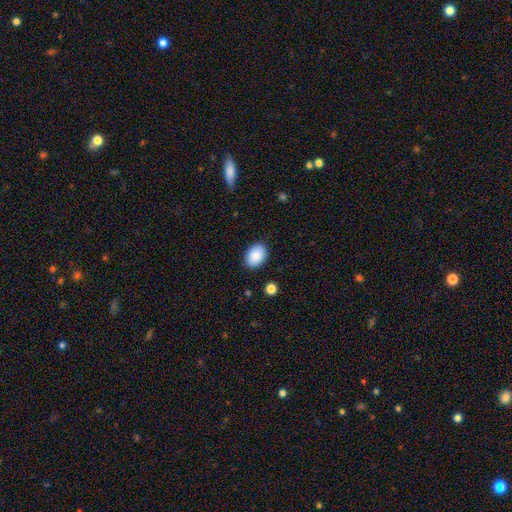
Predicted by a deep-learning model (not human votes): smooth-or-featured: smooth: 89% | star or artifact: 7% | featured or disk: 4%
  how-rounded: in between: 84% | round: 15% | cigar-shaped: 1%
  merging: none: 88% | minor disturbance: 8% | major disturbance: 2% | merger: 1%